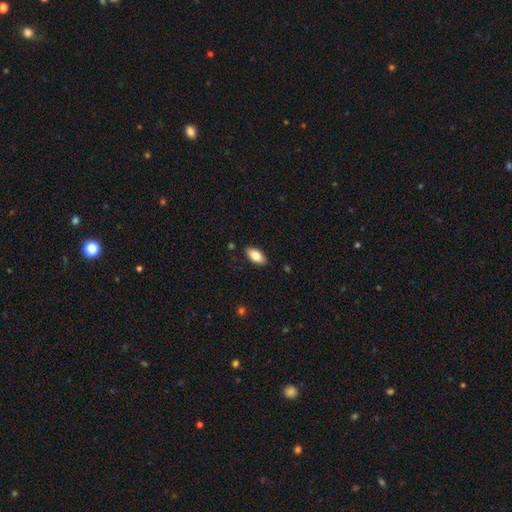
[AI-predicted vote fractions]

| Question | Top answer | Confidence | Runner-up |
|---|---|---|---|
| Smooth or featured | smooth | 79% | featured or disk (14%) |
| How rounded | in between | 91% | cigar-shaped (7%) |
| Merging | none | 88% | minor disturbance (9%) |